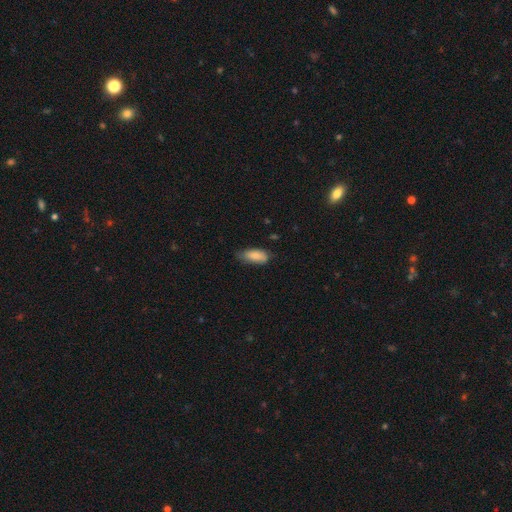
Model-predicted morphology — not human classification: smooth_or_featured: smooth (p=0.84) [alt: featured or disk p=0.10]
how_rounded: in between (p=0.84) [alt: cigar-shaped p=0.14]
merging: none (p=0.62) [alt: minor disturbance p=0.31]